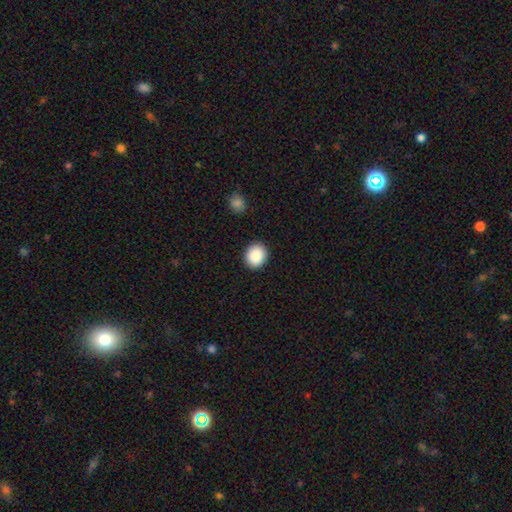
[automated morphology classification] smooth 89%, star or artifact 8%, featured or disk 3%. Down the decision tree: how rounded — round (67%); merging — none (90%).